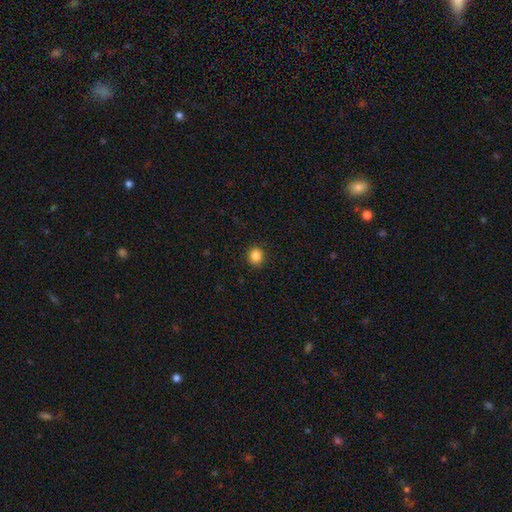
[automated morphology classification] This is clearly a smooth galaxy (85%). How rounded: clearly round (82%). Merging: clearly none (91%).